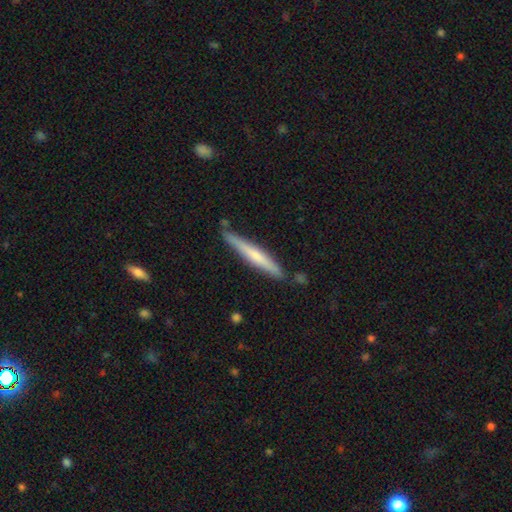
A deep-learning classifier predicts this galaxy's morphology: Smooth or featured: smooth — 51% (featured or disk — 43%)
How rounded: cigar-shaped — 95% (in between — 3%)
Merging: none — 82% (minor disturbance — 12%)